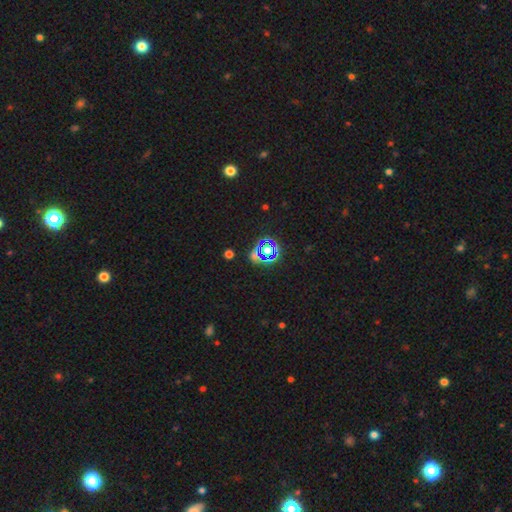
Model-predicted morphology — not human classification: This is likely a star or artifact rather than a galaxy (69%).